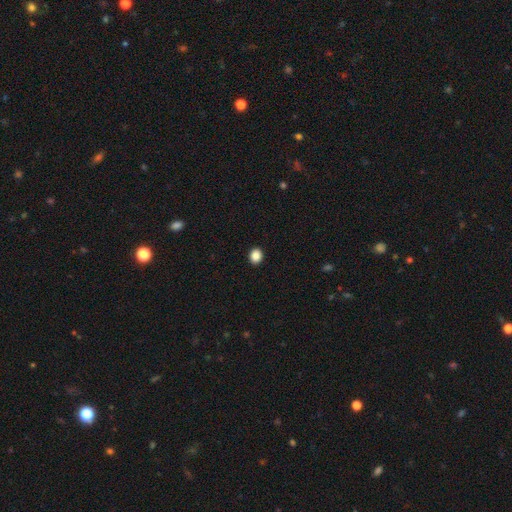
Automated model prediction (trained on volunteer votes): smooth_or_featured: smooth (p=0.87) [alt: star or artifact p=0.09]
how_rounded: round (p=0.65) [alt: in between p=0.34]
merging: none (p=0.93) [alt: minor disturbance p=0.05]